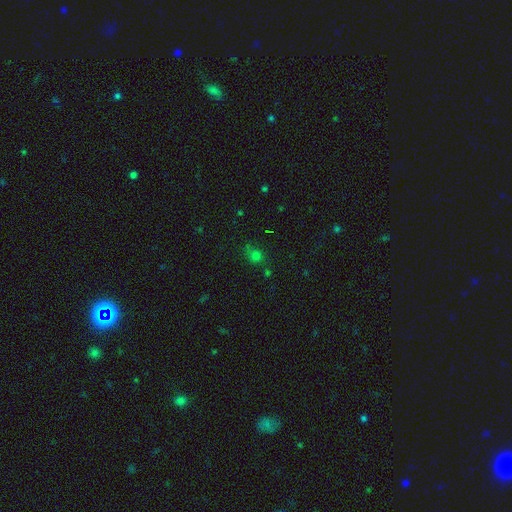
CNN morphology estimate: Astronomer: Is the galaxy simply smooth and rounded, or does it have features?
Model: smooth — 66%.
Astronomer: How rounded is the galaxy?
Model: round — 76%.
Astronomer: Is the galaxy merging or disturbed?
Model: none — 61%.